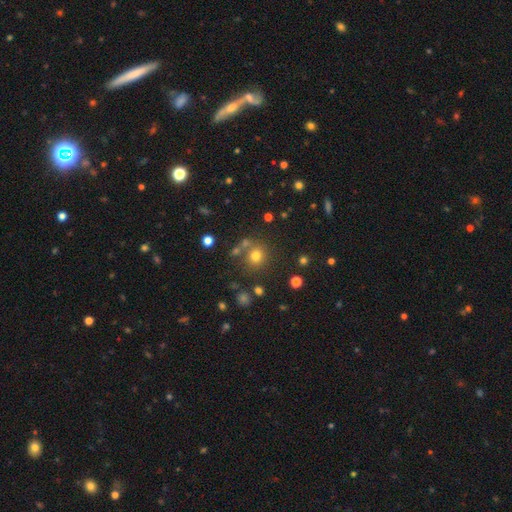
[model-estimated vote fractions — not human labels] This appears to be a smooth galaxy with no disk features (74%) that is round (88%). Merging: none (72%).